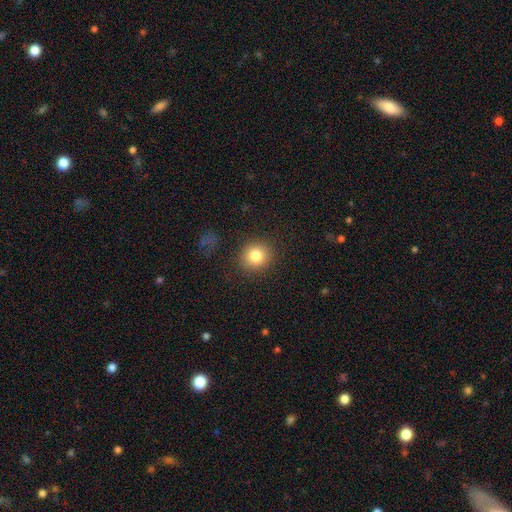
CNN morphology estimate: Smooth or featured? smooth (82%)
How rounded? round (87%)
Merging? none (88%)